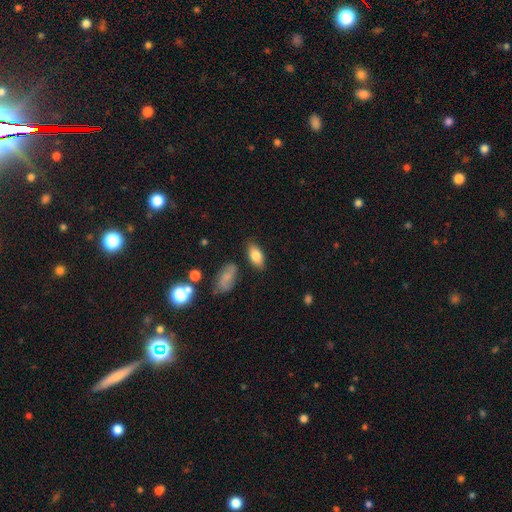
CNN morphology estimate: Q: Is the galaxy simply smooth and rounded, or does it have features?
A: smooth — 81%.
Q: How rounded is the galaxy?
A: in between — 91%.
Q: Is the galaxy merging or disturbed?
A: none — 79%.